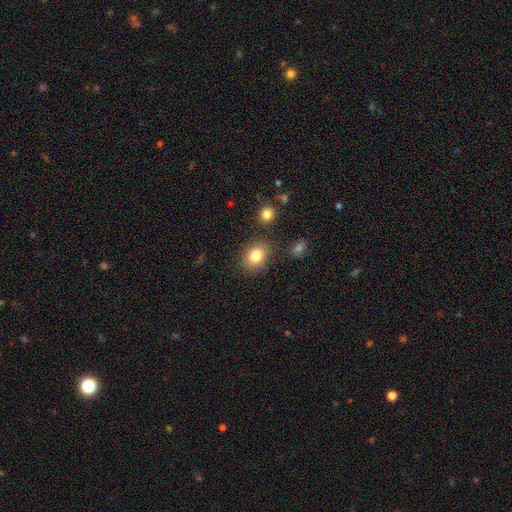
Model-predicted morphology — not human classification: A smooth galaxy with no disk features (82%) that is in between round and cigar-shaped (56%).

Vote fractions:
- Smooth or featured? smooth: 82% / star or artifact: 10% / featured or disk: 8%
- How rounded? in between: 56% / round: 43% / cigar-shaped: 1%
- Merging? none: 82% / minor disturbance: 11% / merger: 4% / major disturbance: 3%